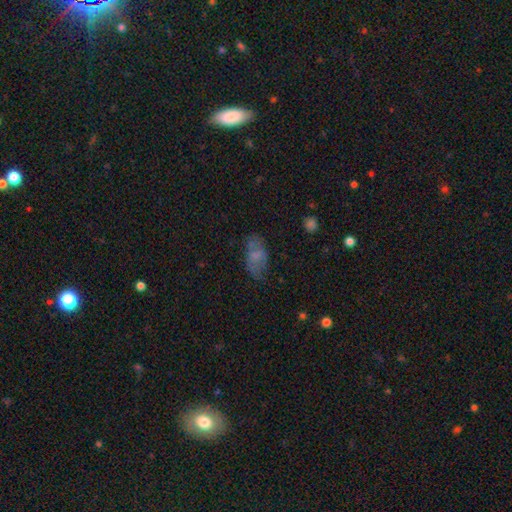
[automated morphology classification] type=smooth (61%); roundness=in between (90%); merging=none (58%).